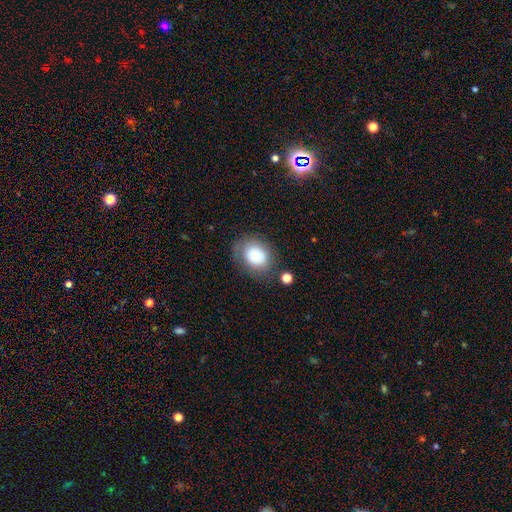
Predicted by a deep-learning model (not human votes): The model was most divided on "how rounded": round: 51%, in between: 48%, cigar-shaped: 1%. More confident: smooth or featured — smooth (78%); merging — none (68%).